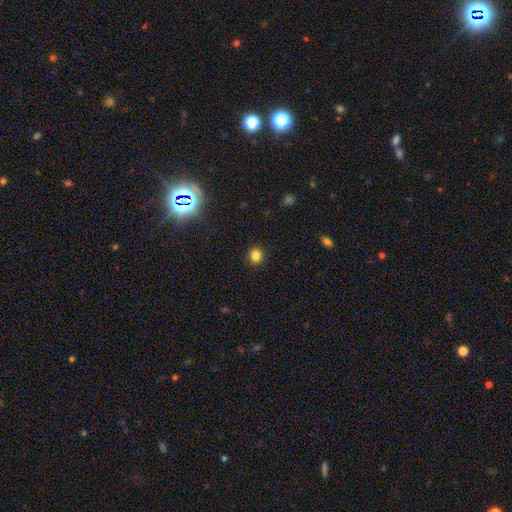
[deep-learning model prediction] The model was most divided on "how rounded": round: 84%, in between: 15%, cigar-shaped: 1%. More confident: merging — none (91%); smooth or featured — smooth (84%).